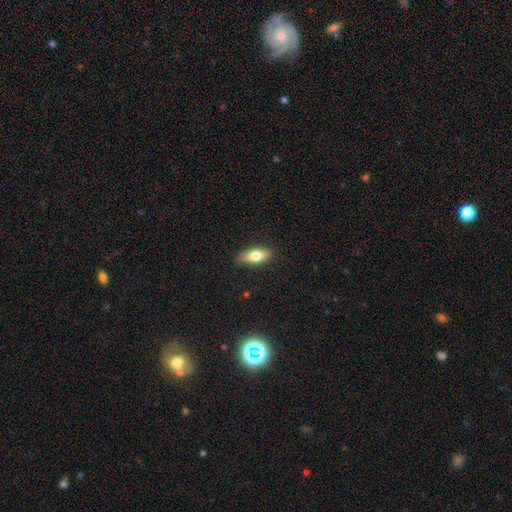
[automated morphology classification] smooth-or-featured: smooth: 72% | featured or disk: 21% | star or artifact: 7%
  how-rounded: in between: 74% | cigar-shaped: 23% | round: 3%
  merging: none: 86% | minor disturbance: 11% | major disturbance: 2% | merger: 1%